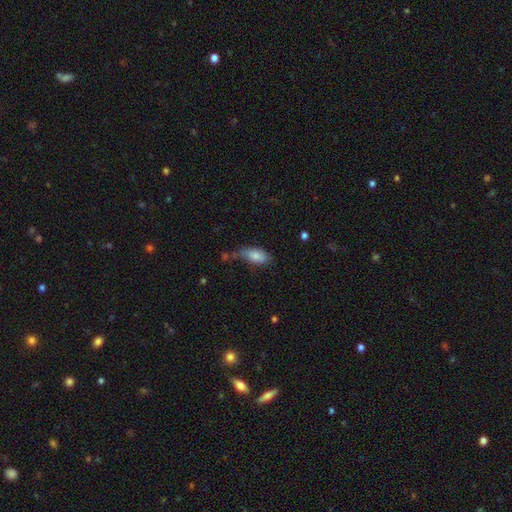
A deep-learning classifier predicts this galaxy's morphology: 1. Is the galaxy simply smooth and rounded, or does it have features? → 81% smooth, 12% featured or disk, 7% star or artifact.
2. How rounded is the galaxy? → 89% in between, 9% cigar-shaped, 3% round.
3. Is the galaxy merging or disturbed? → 52% none, 33% minor disturbance, 9% major disturbance, 7% merger.